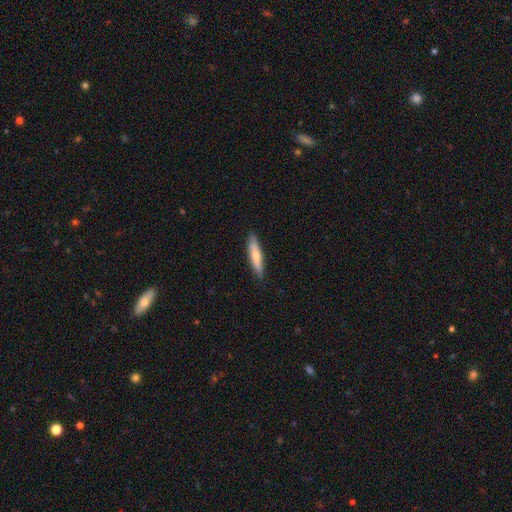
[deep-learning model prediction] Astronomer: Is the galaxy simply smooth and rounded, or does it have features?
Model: smooth — 68%.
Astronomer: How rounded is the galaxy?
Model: cigar-shaped — 83%.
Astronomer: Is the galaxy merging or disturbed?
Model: none — 87%.